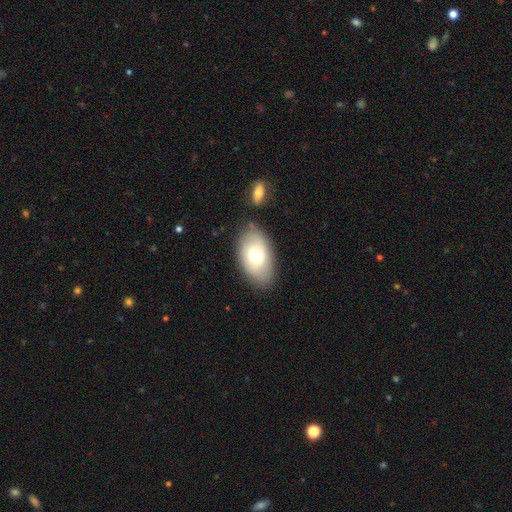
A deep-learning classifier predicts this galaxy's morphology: smooth_or_featured: smooth (p=0.66) [alt: featured or disk p=0.26]
how_rounded: in between (p=0.92) [alt: round p=0.06]
merging: none (p=0.77) [alt: minor disturbance p=0.14]